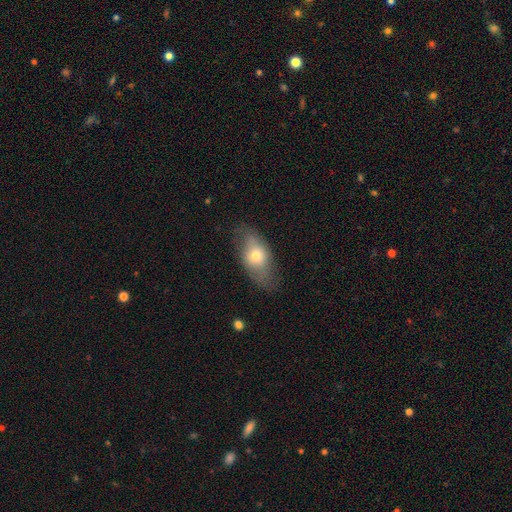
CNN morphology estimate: This appears to be a smooth galaxy with no disk features (62%) that is in between round and cigar-shaped (84%). Merging: none (71%).